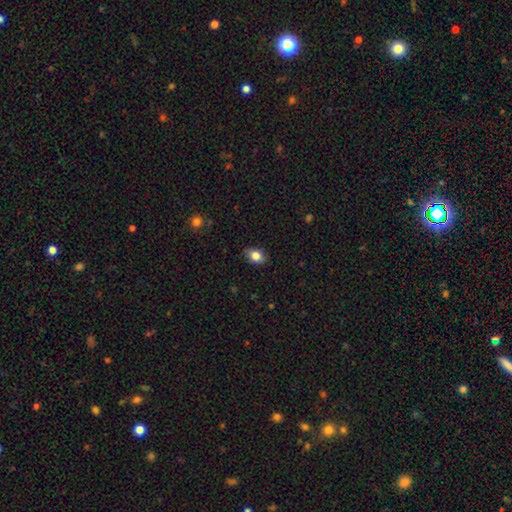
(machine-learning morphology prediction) smooth-or-featured: smooth: 83% | star or artifact: 9% | featured or disk: 8%
  how-rounded: in between: 72% | round: 26% | cigar-shaped: 1%
  merging: none: 86% | minor disturbance: 11% | major disturbance: 2% | merger: 1%